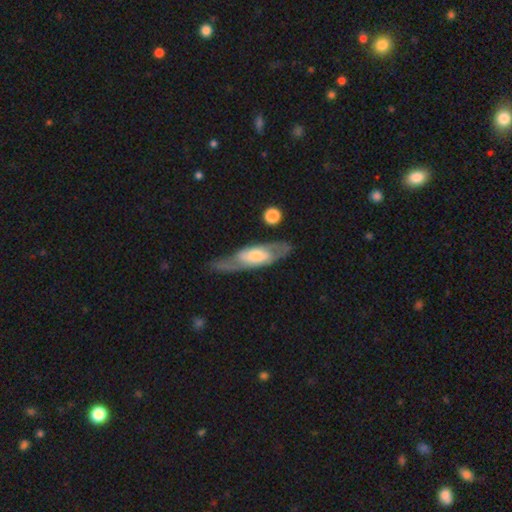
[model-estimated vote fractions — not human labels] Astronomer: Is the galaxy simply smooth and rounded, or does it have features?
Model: featured or disk — 68%.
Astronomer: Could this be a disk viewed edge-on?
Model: no — 75%.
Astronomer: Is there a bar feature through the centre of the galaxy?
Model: no — 57% (runner-up: weak, 32%).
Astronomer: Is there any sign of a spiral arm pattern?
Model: yes — 76%.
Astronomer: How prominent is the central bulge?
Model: moderate — 42% (runner-up: large, 28%).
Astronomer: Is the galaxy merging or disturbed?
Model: none — 66%.